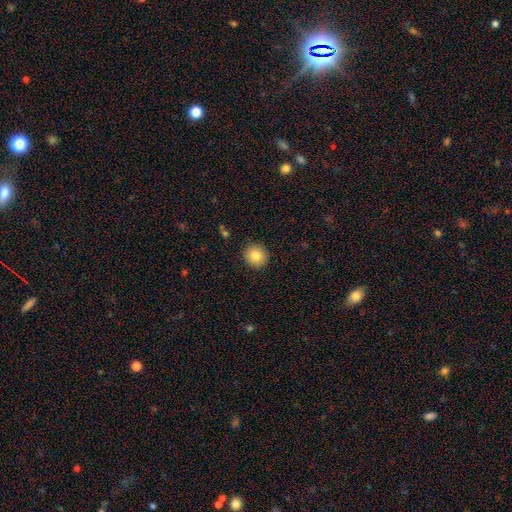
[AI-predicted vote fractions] smooth 83%, star or artifact 9%, featured or disk 8%. Down the decision tree: how rounded — round (93%); merging — none (92%).